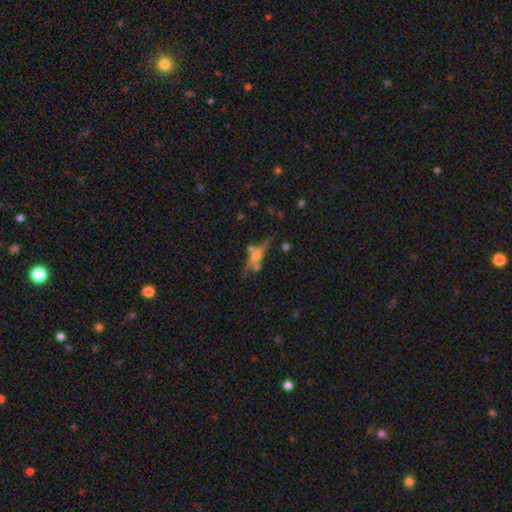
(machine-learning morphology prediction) A featured or disk galaxy (53%) viewed edge-on (67%). Merging: none (48%).